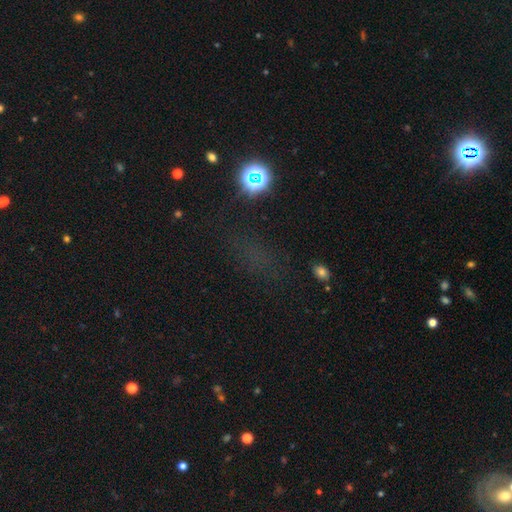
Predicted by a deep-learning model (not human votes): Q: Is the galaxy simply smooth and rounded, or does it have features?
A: star or artifact — 53%.